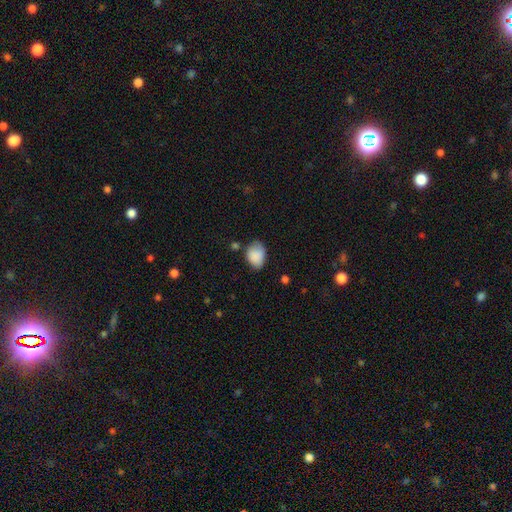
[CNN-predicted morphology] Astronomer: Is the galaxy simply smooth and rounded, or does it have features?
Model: smooth — 87%.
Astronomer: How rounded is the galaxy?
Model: in between — 70%.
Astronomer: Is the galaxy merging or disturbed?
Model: none — 59%.